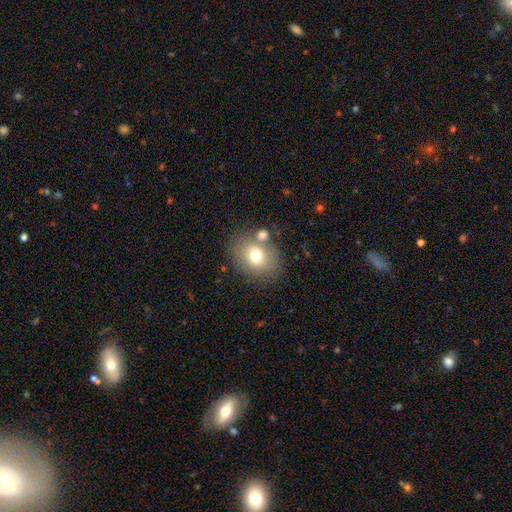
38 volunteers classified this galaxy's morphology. Smooth or featured: smooth — 74% (featured or disk — 18%)
How rounded: in between — 64% (round — 36%)
Merging: none — 60% (merger — 17%)